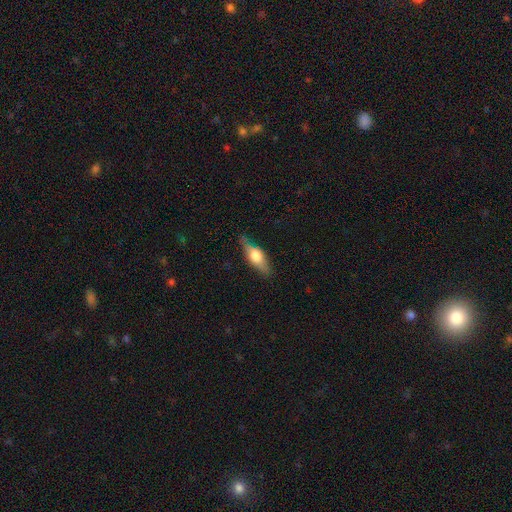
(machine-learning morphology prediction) This is possibly a smooth galaxy (49%). Merging: likely none (76%).